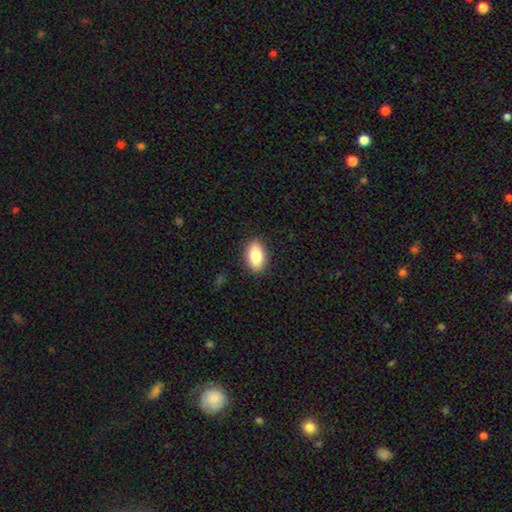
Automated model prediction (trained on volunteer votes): Smooth or featured? smooth (82%)
How rounded? in between (90%)
Merging? none (89%)